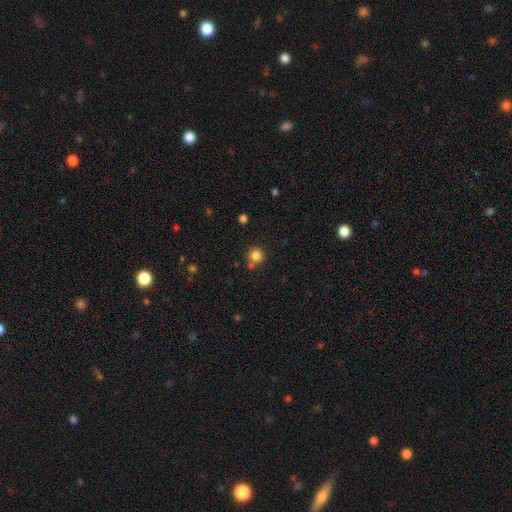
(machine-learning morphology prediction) smooth_or_featured: smooth (p=0.82) [alt: star or artifact p=0.12]
how_rounded: round (p=0.93) [alt: in between p=0.06]
merging: none (p=0.74) [alt: merger p=0.13]